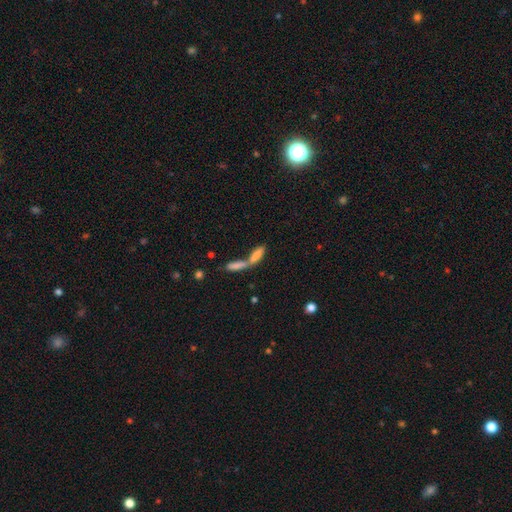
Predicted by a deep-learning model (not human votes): This appears to be a smooth galaxy with no disk features (67%) that is cigar-shaped (52%). Merging: merger (67%).